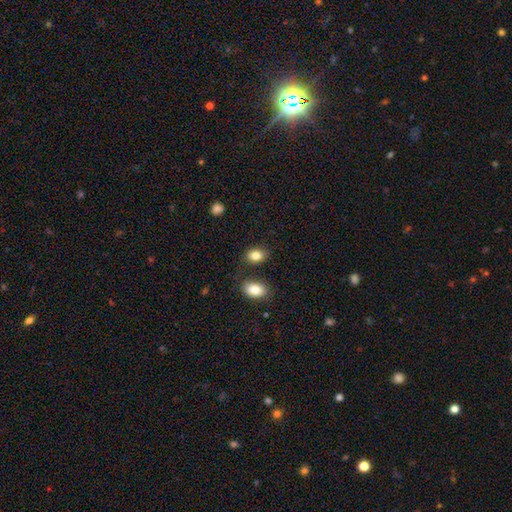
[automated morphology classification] smooth_or_featured: smooth (p=0.83) [alt: star or artifact p=0.10]
how_rounded: in between (p=0.72) [alt: round p=0.27]
merging: none (p=0.75) [alt: minor disturbance p=0.13]